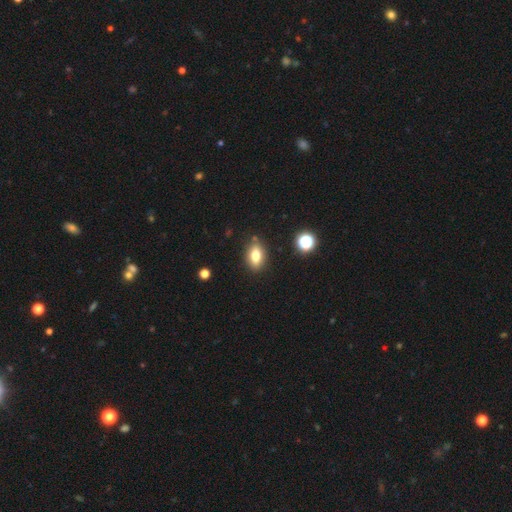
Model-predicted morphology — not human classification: A smooth galaxy with no disk features (76%) that is in between round and cigar-shaped (83%). Merging: none (83%).